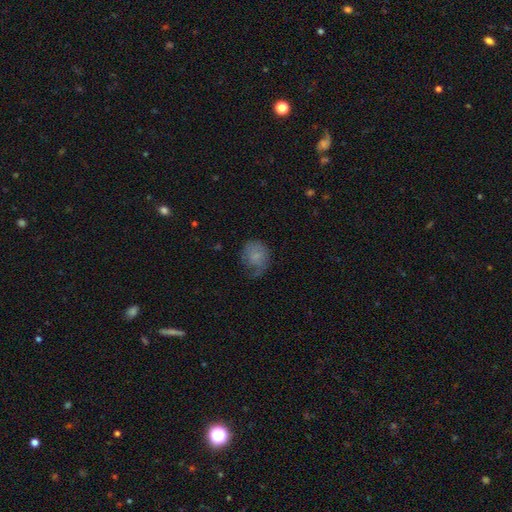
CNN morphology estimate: Smooth or featured?
  - smooth: 61% *
  - featured or disk: 30%
  - star or artifact: 9%
How rounded?
  - round: 67% *
  - in between: 32%
  - cigar-shaped: 1%
Merging?
  - none: 47% *
  - minor disturbance: 30%
  - major disturbance: 21%
  - merger: 2%